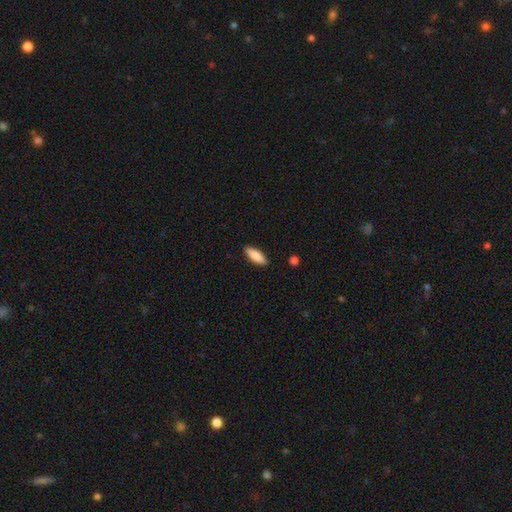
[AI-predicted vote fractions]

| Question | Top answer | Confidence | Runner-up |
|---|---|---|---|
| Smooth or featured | smooth | 85% | featured or disk (9%) |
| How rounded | in between | 65% | cigar-shaped (33%) |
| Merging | none | 89% | minor disturbance (8%) |